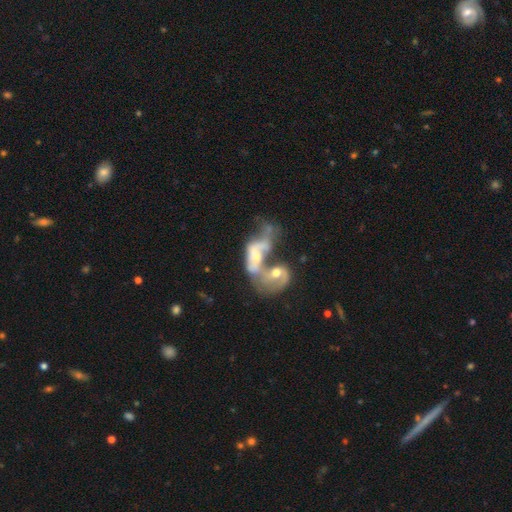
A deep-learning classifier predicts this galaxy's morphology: This appears to be a featured or disk galaxy (64%) with no bar (66%), spiral arms (53%) and a moderate central bulge (50%). Merging: merger (78%).